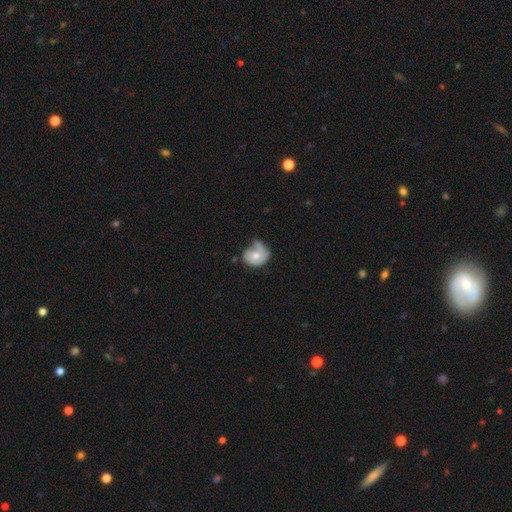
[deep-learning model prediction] Smooth or featured? featured or disk (48%)
Merging? none (34%)